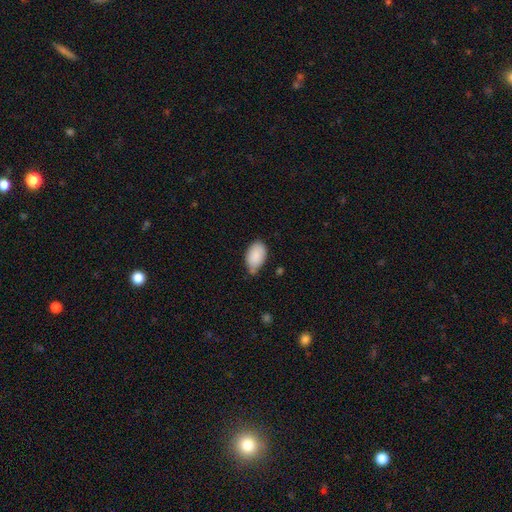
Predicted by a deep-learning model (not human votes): A smooth galaxy with no disk features (88%) that is in between round and cigar-shaped (93%).

Vote fractions:
- Smooth or featured? smooth: 88% / star or artifact: 7% / featured or disk: 6%
- How rounded? in between: 93% / round: 6% / cigar-shaped: 1%
- Merging? none: 52% / minor disturbance: 38% / major disturbance: 6% / merger: 4%